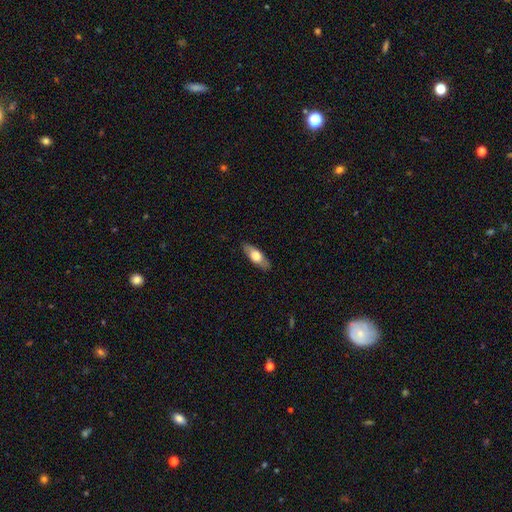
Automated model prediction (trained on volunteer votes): Q: Smooth or featured?
A: smooth (59%); runner-up: featured or disk (35%)
Q: How rounded?
A: in between (66%); runner-up: cigar-shaped (31%)
Q: Merging?
A: none (86%); runner-up: minor disturbance (11%)